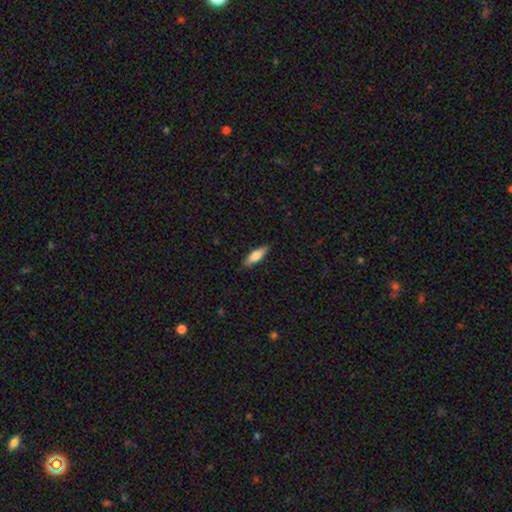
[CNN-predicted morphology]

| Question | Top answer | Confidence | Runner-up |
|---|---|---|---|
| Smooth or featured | smooth | 76% | featured or disk (18%) |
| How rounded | in between | 50% | cigar-shaped (48%) |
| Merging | none | 87% | minor disturbance (10%) |